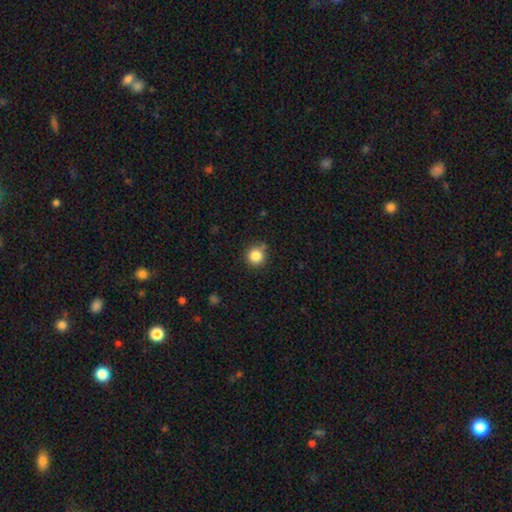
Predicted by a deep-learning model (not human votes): Smooth or featured?
  - smooth: 85% *
  - star or artifact: 11%
  - featured or disk: 5%
How rounded?
  - round: 94% *
  - in between: 5%
  - cigar-shaped: 1%
Merging?
  - none: 80% *
  - minor disturbance: 12%
  - merger: 4%
  - major disturbance: 3%